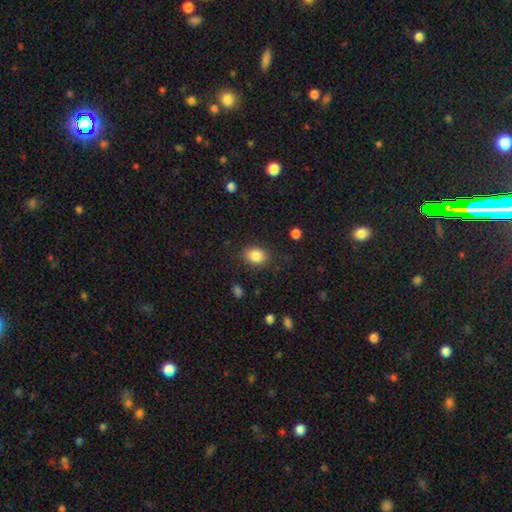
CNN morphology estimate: Overall: smooth (86%). How rounded: in between (65%; round 34%). Merging: none (83%).